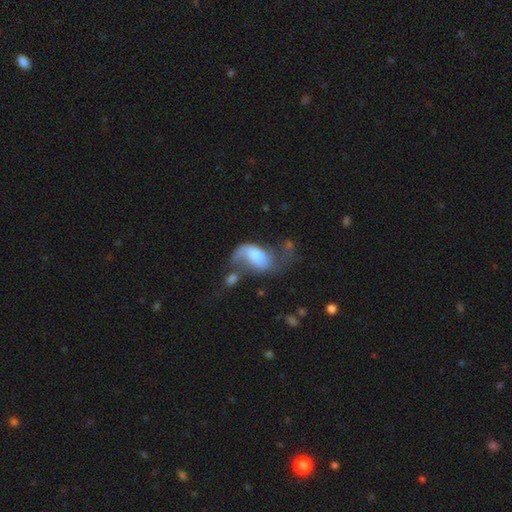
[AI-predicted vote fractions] A featured or disk galaxy (64%) with no bar (46%), 2 (76%) loose (66%) spiral arms (82%) and a large central bulge (30%).

Vote fractions:
- Smooth or featured? featured or disk: 64% / smooth: 28% / star or artifact: 8%
- Edge-on disk? no: 97% / yes: 3%
- Bar? no: 46% / weak: 38% / strong: 16%
- Spiral arms? yes: 82% / no: 18%
- Spiral winding? loose: 66% / medium: 26% / tight: 8%
- Spiral arm count? 2: 76% / 1: 14% / can't tell: 7% / 3: 1% / 4: 1% / more than 4: 1%
- Bulge size? large: 30% / moderate: 26% / none: 20% / small: 17% / dominant: 6%
- Merging? major disturbance: 37% / merger: 23% / none: 22% / minor disturbance: 17%